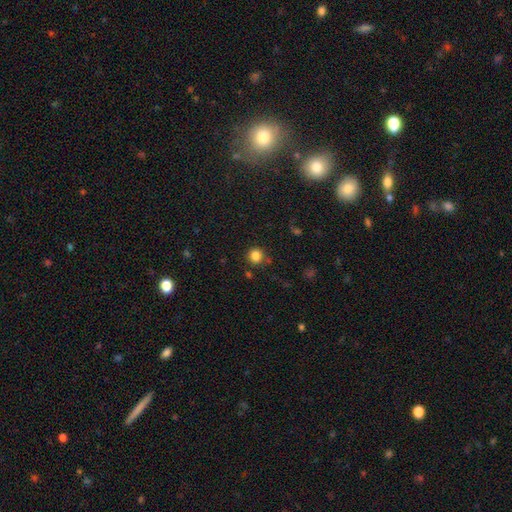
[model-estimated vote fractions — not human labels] Smooth or featured? smooth (83%)
How rounded? round (92%)
Merging? none (85%)